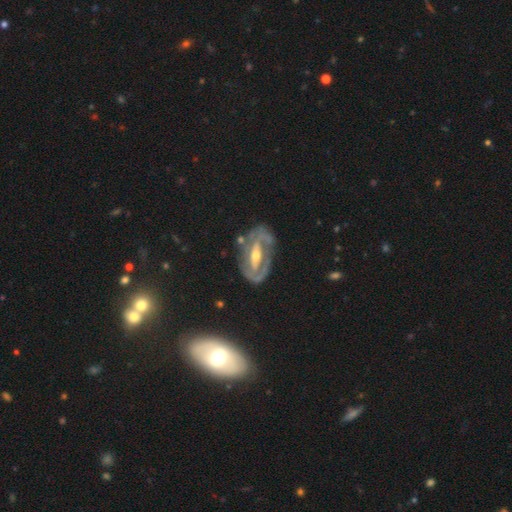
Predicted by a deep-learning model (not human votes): smooth_or_featured: featured or disk (p=0.84) [alt: smooth p=0.10]
disk_edge_on: no (p=0.93) [alt: yes p=0.07]
bar: strong (p=0.45) [alt: weak p=0.34]
has_spiral_arms: yes (p=0.81) [alt: no p=0.19]
spiral_winding: tight (p=0.52) [alt: medium p=0.36]
spiral_arm_count: 2 (p=0.66) [alt: can't tell p=0.18]
bulge_size: moderate (p=0.62) [alt: small p=0.31]
merging: none (p=0.69) [alt: minor disturbance p=0.19]